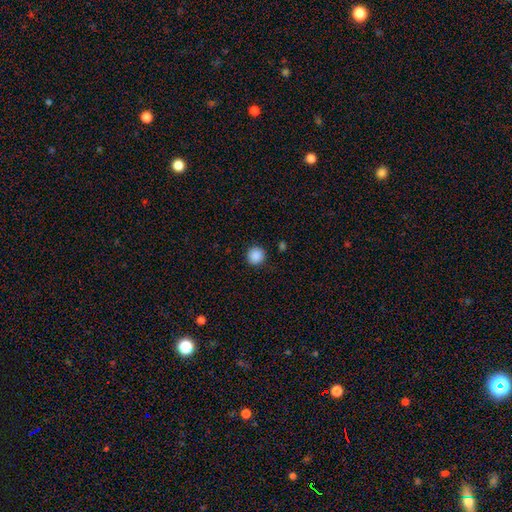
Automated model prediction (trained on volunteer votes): A smooth galaxy with no disk features (88%) that is round (93%).

Vote fractions:
- Smooth or featured? smooth: 88% / star or artifact: 9% / featured or disk: 2%
- How rounded? round: 93% / in between: 6% / cigar-shaped: 1%
- Merging? none: 90% / minor disturbance: 6% / major disturbance: 2% / merger: 1%